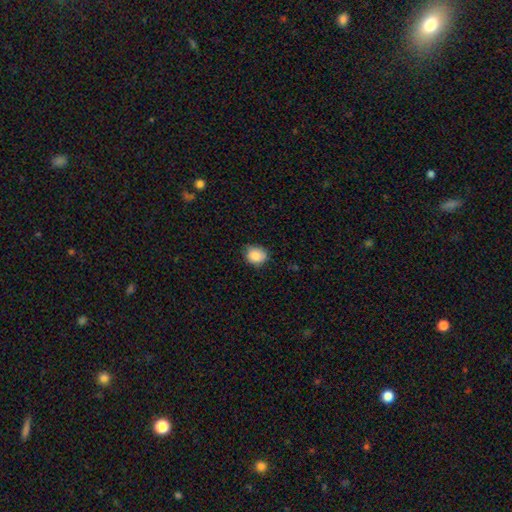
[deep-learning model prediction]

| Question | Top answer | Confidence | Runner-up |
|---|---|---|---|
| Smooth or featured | smooth | 86% | star or artifact (9%) |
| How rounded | round | 67% | in between (32%) |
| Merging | none | 74% | minor disturbance (21%) |